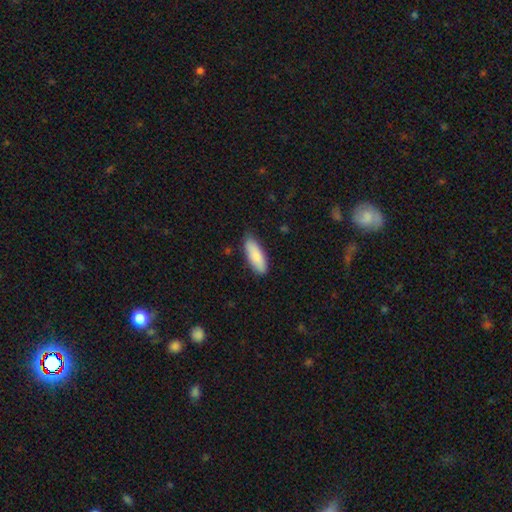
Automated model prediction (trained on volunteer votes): Smooth or featured? Predicted: smooth (p=0.85). How rounded? Predicted: in between (p=0.64). Merging? Predicted: none (p=0.83).